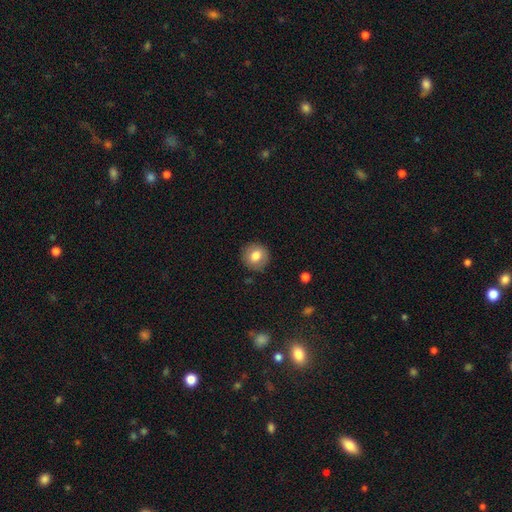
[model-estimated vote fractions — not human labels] Smooth or featured?
  - smooth: 79% *
  - featured or disk: 13%
  - star or artifact: 9%
How rounded?
  - round: 90% *
  - in between: 9%
  - cigar-shaped: 1%
Merging?
  - none: 89% *
  - minor disturbance: 8%
  - major disturbance: 2%
  - merger: 1%